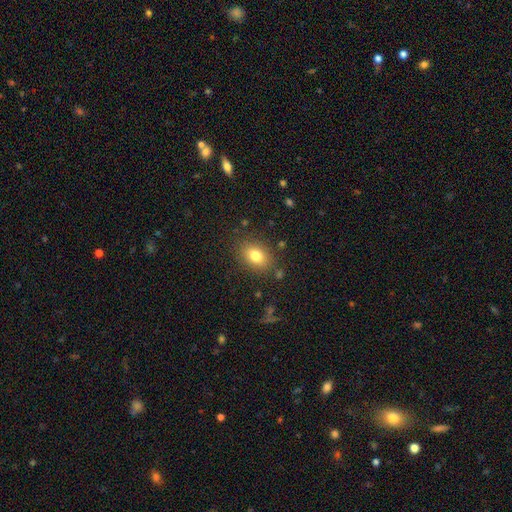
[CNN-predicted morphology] Smooth or featured?
  - smooth: 80% *
  - star or artifact: 10%
  - featured or disk: 10%
How rounded?
  - in between: 74% *
  - round: 24%
  - cigar-shaped: 1%
Merging?
  - none: 83% *
  - minor disturbance: 11%
  - major disturbance: 4%
  - merger: 2%